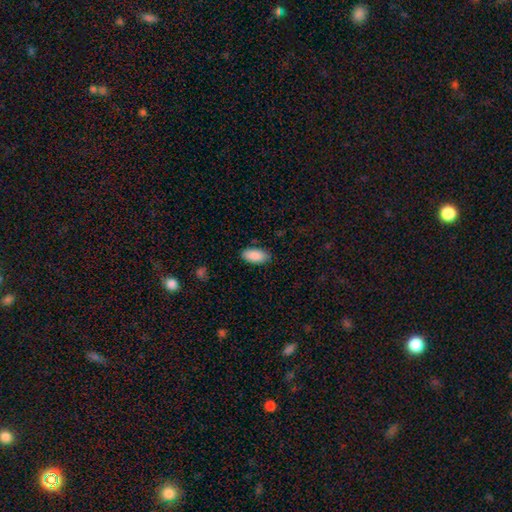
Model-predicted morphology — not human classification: A smooth galaxy with no disk features (89%) that is in between round and cigar-shaped (94%). Merging: none (85%).